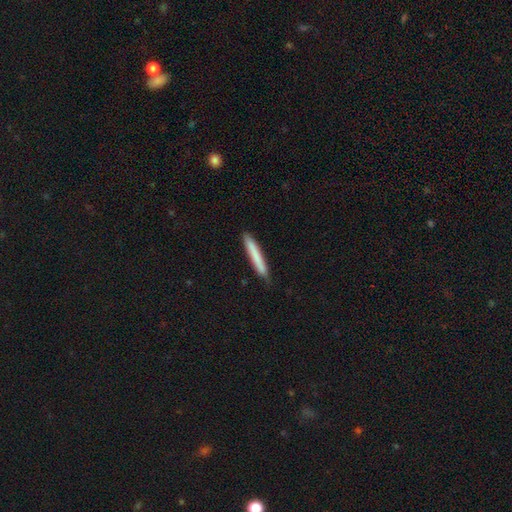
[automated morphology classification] Smooth or featured?
  - smooth: 76% *
  - featured or disk: 18%
  - star or artifact: 6%
How rounded?
  - cigar-shaped: 96% *
  - in between: 3%
  - round: 1%
Merging?
  - none: 85% *
  - minor disturbance: 12%
  - major disturbance: 2%
  - merger: 1%